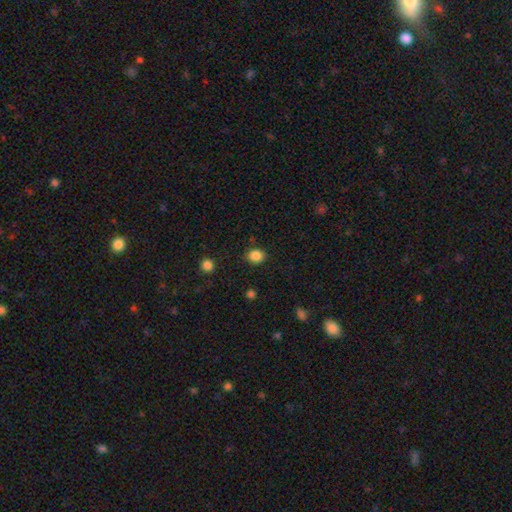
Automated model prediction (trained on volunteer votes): This is clearly a smooth galaxy (86%). How rounded: likely round (64%). Merging: clearly none (85%).